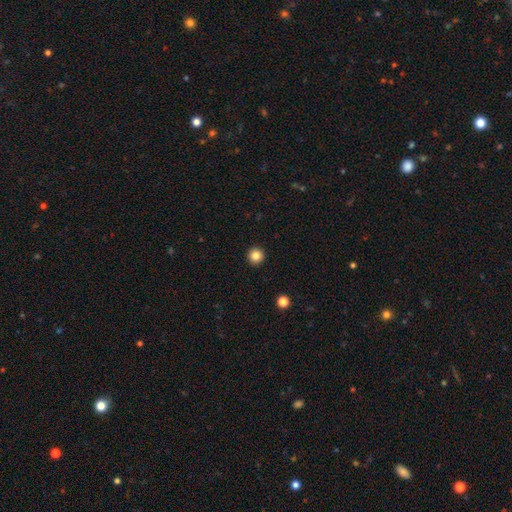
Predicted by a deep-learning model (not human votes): This is clearly a smooth galaxy (84%). How rounded: clearly round (96%). Merging: clearly none (94%).